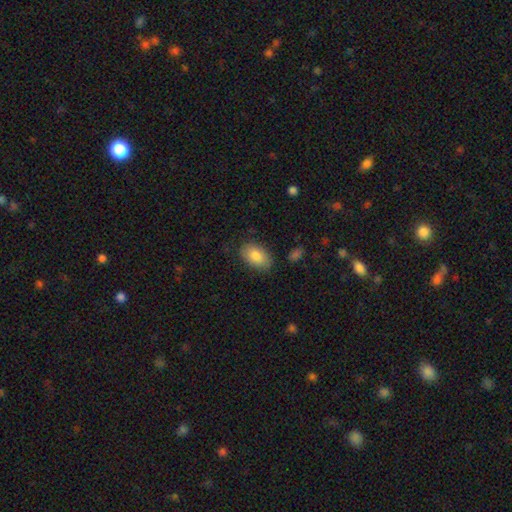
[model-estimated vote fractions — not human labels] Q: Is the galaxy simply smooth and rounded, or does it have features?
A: smooth — 84%.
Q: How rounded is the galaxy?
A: in between — 92%.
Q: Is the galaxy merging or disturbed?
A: none — 83%.